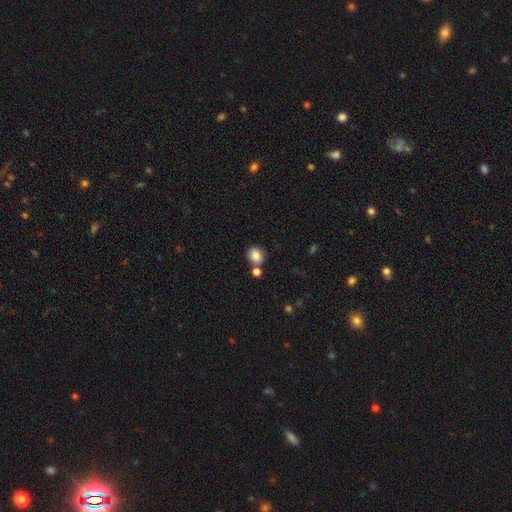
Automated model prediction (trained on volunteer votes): This is clearly a smooth galaxy (85%). How rounded: likely round (68%). Merging: likely none (67%).